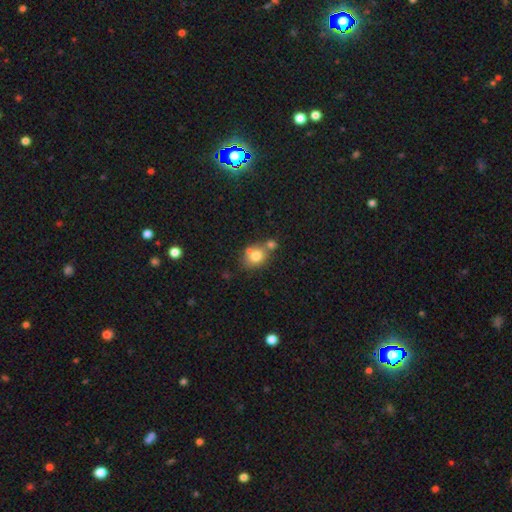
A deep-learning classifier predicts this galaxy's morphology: Q: Smooth or featured?
A: smooth (75%); runner-up: featured or disk (14%)
Q: How rounded?
A: round (56%); runner-up: in between (43%)
Q: Merging?
A: none (51%); runner-up: merger (33%)